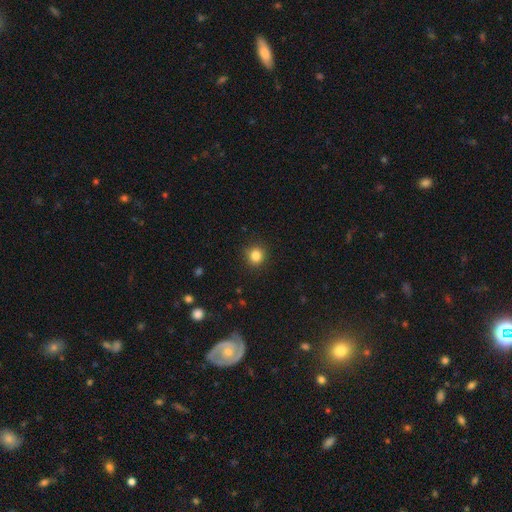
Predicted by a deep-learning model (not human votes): Smooth or featured: smooth — 84% (star or artifact — 12%)
How rounded: round — 92% (in between — 7%)
Merging: none — 90% (minor disturbance — 7%)